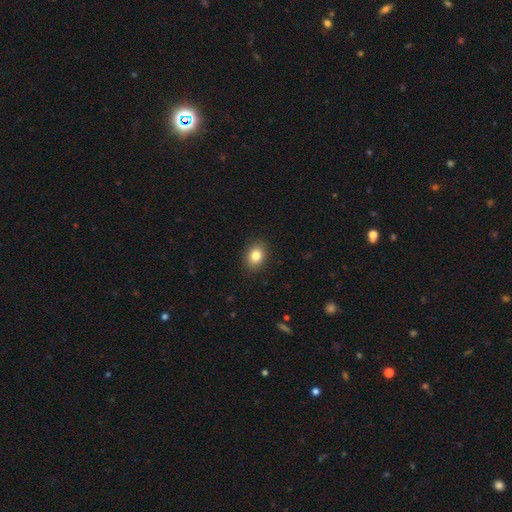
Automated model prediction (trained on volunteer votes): Morphology: type=smooth (83%); roundness=in between (63%); merging=none (90%).